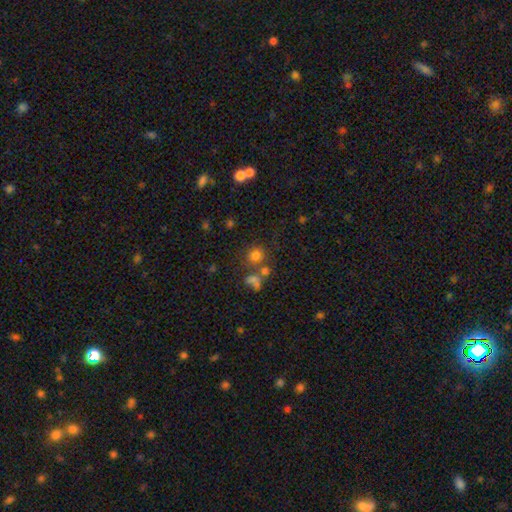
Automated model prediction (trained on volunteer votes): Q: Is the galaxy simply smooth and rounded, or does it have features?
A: smooth — 72%.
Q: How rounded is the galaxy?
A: round — 83%.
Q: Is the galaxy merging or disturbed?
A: none — 61%.